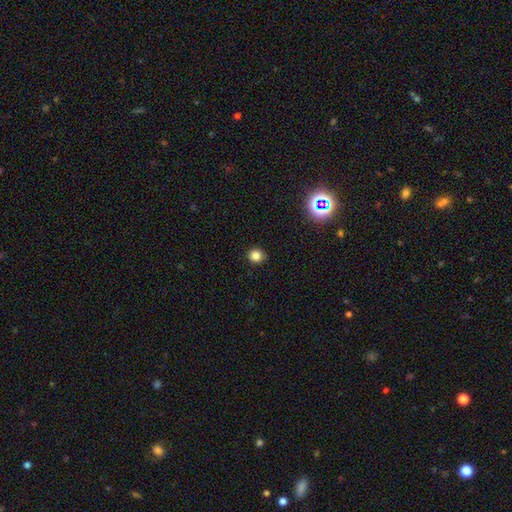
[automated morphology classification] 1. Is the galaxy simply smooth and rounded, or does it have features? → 82% smooth, 13% star or artifact, 5% featured or disk.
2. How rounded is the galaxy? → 86% round, 13% in between, 1% cigar-shaped.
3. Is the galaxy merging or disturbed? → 91% none, 6% minor disturbance, 2% major disturbance, 1% merger.